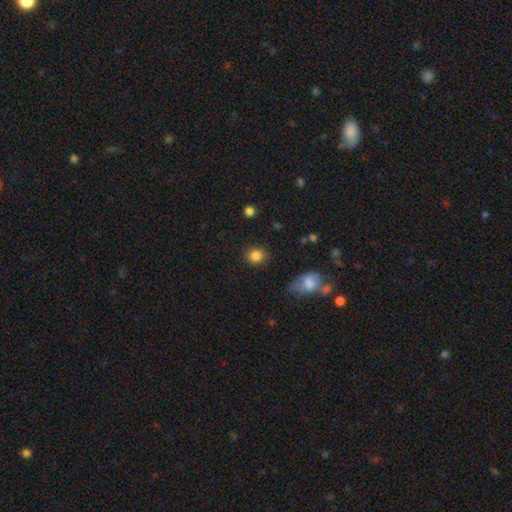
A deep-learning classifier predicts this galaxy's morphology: smooth-or-featured: smooth: 85% | star or artifact: 10% | featured or disk: 5%
  how-rounded: round: 82% | in between: 16% | cigar-shaped: 1%
  merging: none: 85% | minor disturbance: 10% | major disturbance: 3% | merger: 2%